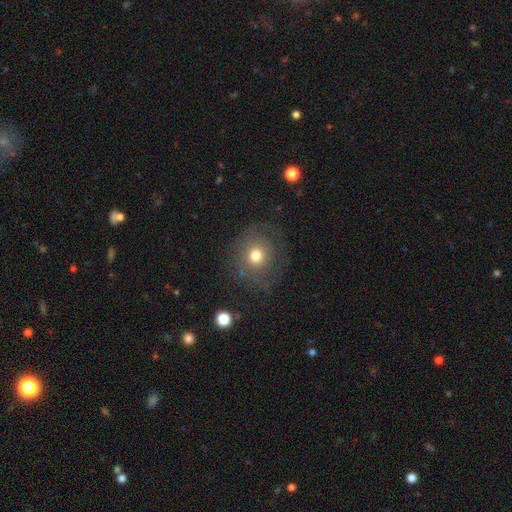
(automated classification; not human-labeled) The model was most divided on "smooth or featured": smooth: 54%, featured or disk: 34%, star or artifact: 12%. More confident: how rounded — round (79%); merging — none (70%).